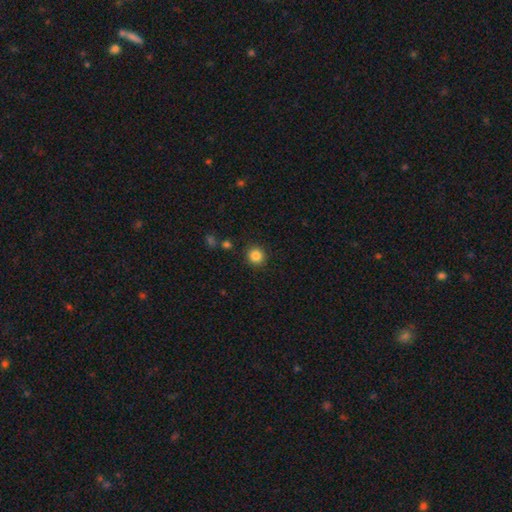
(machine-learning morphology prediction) The model was most divided on "smooth or featured": smooth: 85%, star or artifact: 11%, featured or disk: 5%. More confident: how rounded — round (92%); merging — none (90%).